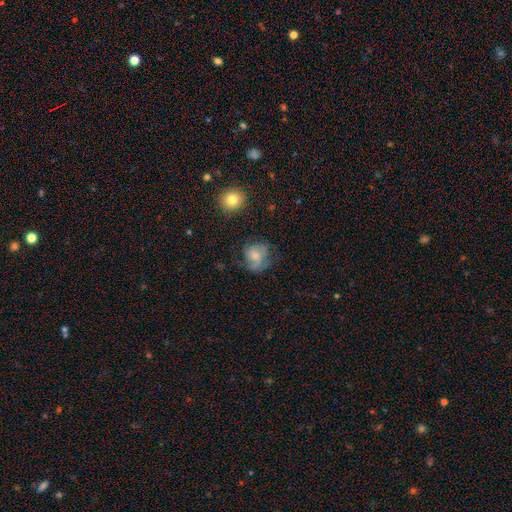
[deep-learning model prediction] Overall: featured or disk (49%; smooth 42%). Merging: none (51%; minor disturbance 25%).